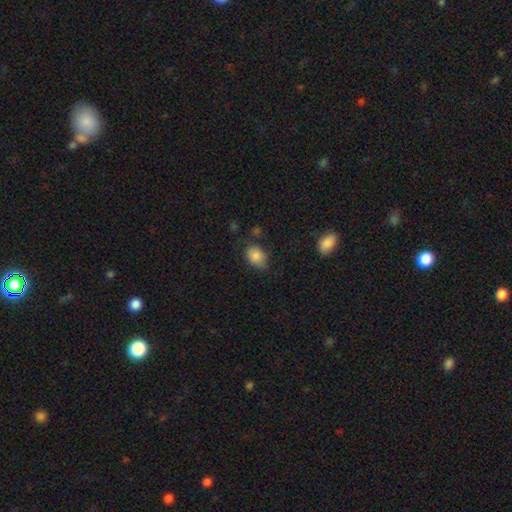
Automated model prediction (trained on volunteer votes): Smooth or featured: smooth — 84% (star or artifact — 9%)
How rounded: in between — 68% (round — 31%)
Merging: none — 64% (minor disturbance — 27%)